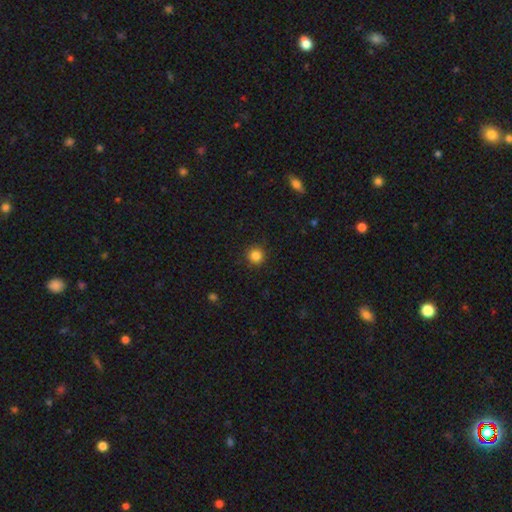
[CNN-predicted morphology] type=smooth (84%); roundness=round (94%); merging=none (91%).